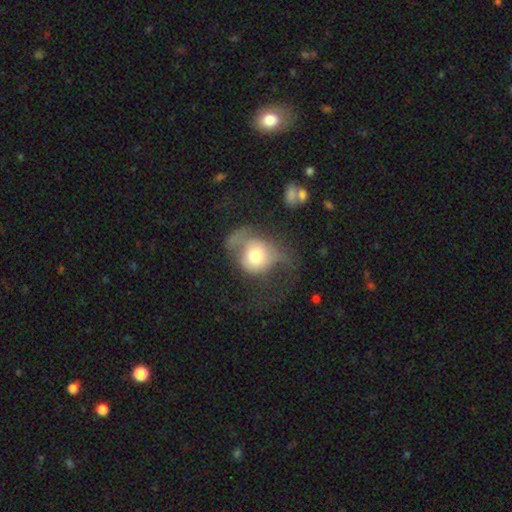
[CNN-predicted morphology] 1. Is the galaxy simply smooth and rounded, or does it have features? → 57% smooth, 35% featured or disk, 9% star or artifact.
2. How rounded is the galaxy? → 69% round, 30% in between, 1% cigar-shaped.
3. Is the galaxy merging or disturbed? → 57% major disturbance, 18% none, 17% minor disturbance, 7% merger.